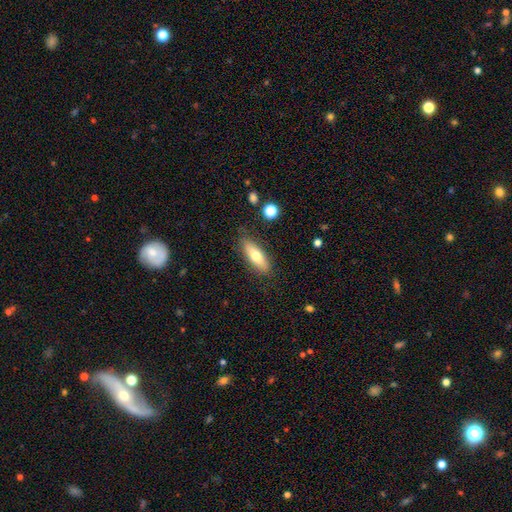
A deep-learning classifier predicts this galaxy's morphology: A smooth galaxy with no disk features (67%) that is in between round and cigar-shaped (56%). Merging: none (82%).